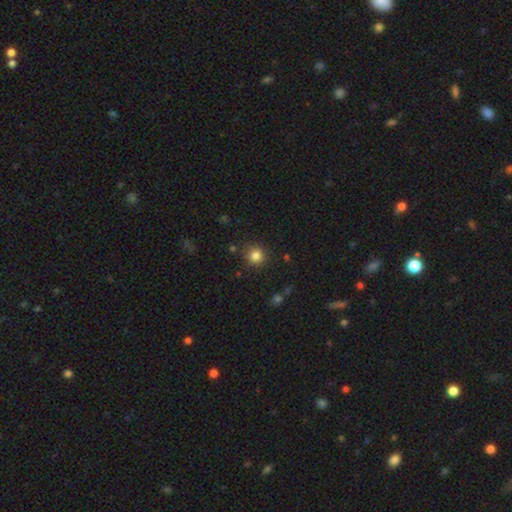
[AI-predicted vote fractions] The model was most divided on "smooth or featured": smooth: 83%, star or artifact: 12%, featured or disk: 5%. More confident: how rounded — round (92%); merging — none (85%).